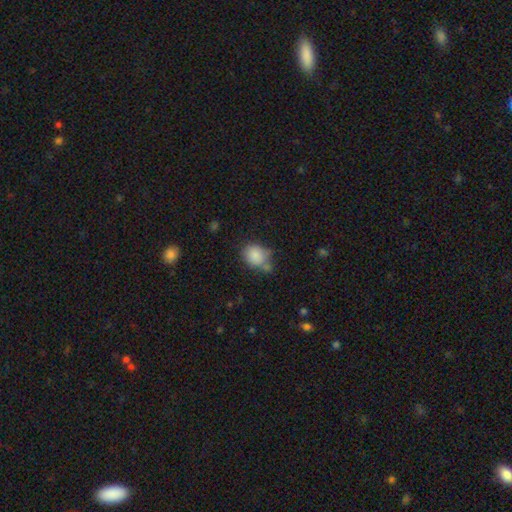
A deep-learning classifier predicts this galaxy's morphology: The model was most divided on "how rounded": round: 54%, in between: 45%, cigar-shaped: 1%. More confident: smooth or featured — smooth (84%); merging — none (50%).